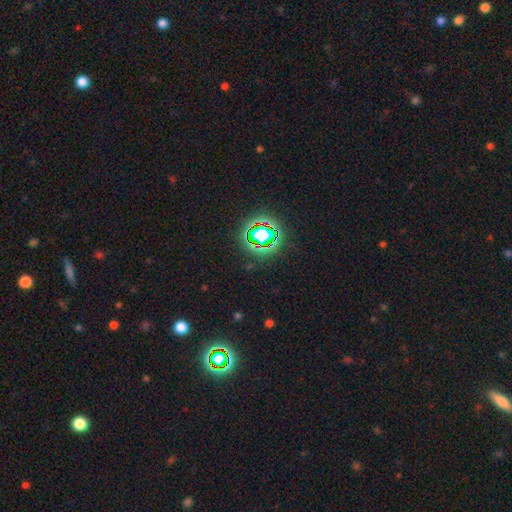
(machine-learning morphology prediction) smooth_or_featured: star or artifact (p=0.74) [alt: smooth p=0.18]